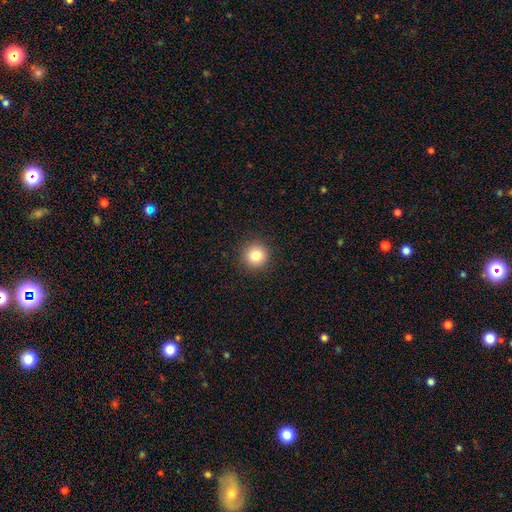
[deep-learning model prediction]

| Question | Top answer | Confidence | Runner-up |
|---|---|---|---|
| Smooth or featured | smooth | 82% | star or artifact (11%) |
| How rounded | round | 95% | in between (4%) |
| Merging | none | 92% | minor disturbance (5%) |